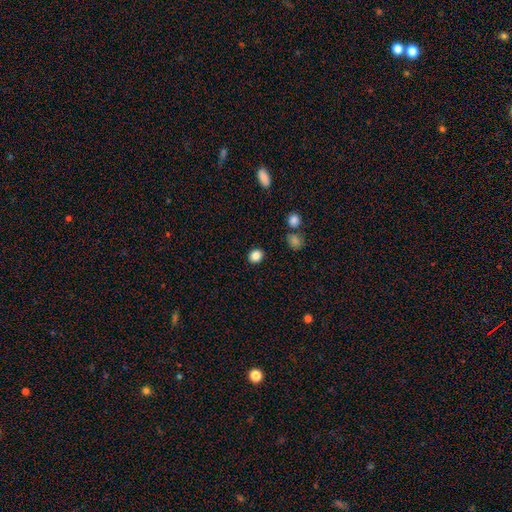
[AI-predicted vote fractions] Morphology: type=smooth (86%); roundness=round (75%); merging=none (90%).